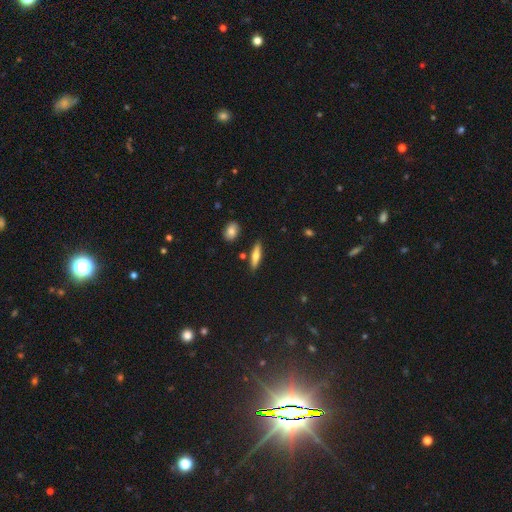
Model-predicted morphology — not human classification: smooth-or-featured: smooth: 64% | featured or disk: 29% | star or artifact: 7%
  how-rounded: cigar-shaped: 70% | in between: 28% | round: 3%
  merging: none: 84% | minor disturbance: 9% | merger: 4% | major disturbance: 2%